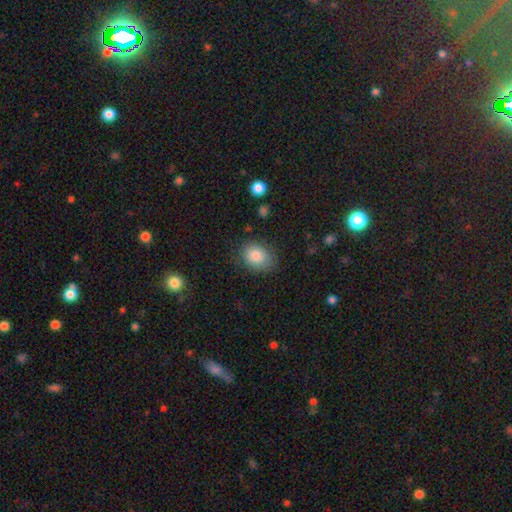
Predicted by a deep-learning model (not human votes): Smooth or featured? smooth (84%)
How rounded? in between (61%)
Merging? none (75%)